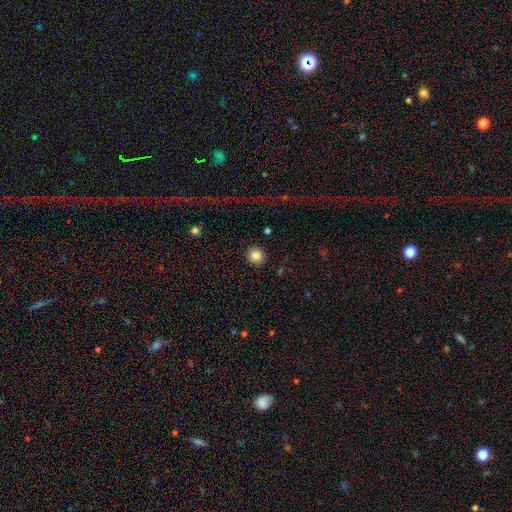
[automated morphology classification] This appears to be a smooth galaxy with no disk features (84%) that is round (90%). Merging: none (91%).